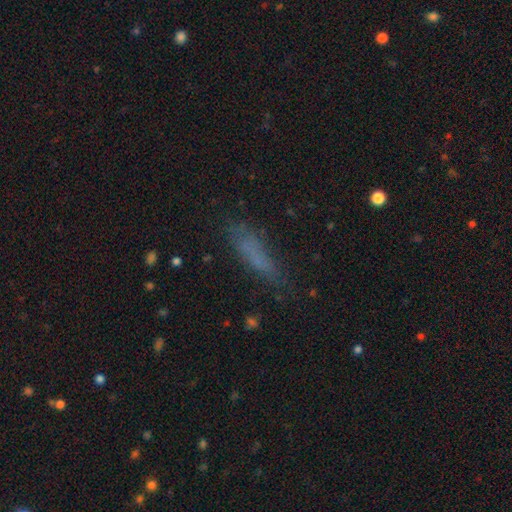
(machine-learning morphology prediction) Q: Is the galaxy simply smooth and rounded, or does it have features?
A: smooth — 67%.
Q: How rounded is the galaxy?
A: cigar-shaped — 72%.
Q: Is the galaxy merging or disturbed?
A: none — 67%.